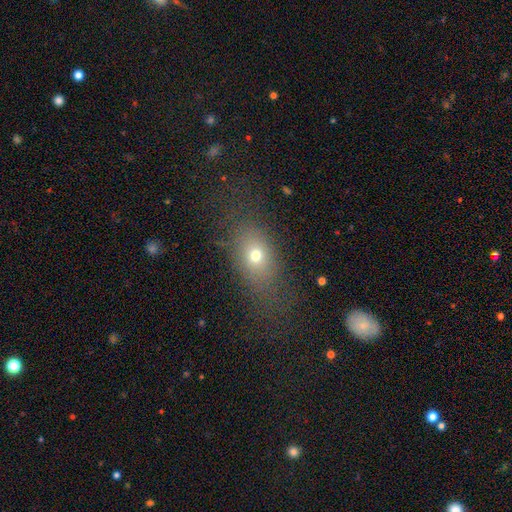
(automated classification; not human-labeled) A smooth galaxy with no disk features (69%) that is in between round and cigar-shaped (69%). Merging: none (68%).